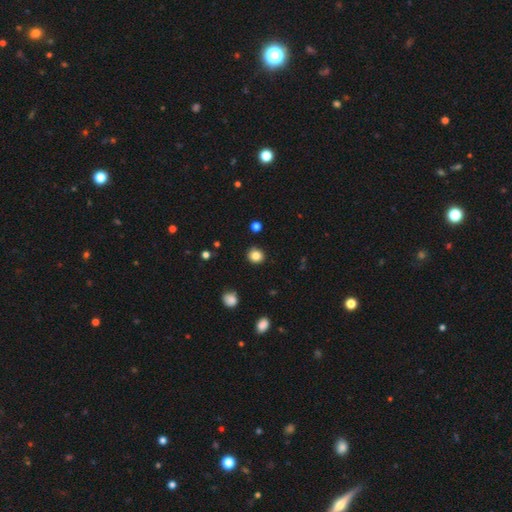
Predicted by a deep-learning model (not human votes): Overall: smooth (84%). How rounded: round (87%). Merging: none (90%).